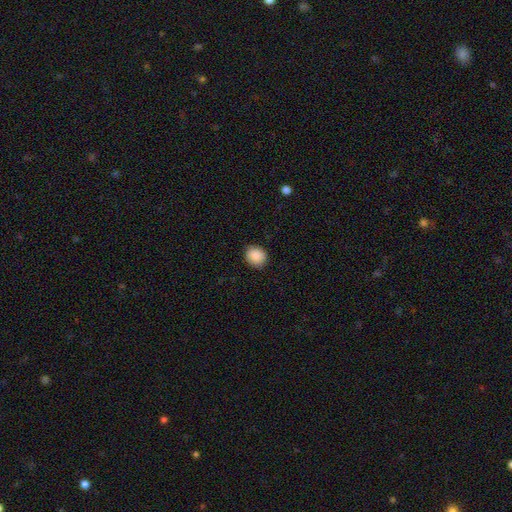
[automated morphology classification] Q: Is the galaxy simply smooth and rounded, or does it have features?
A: smooth — 89%.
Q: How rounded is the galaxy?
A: round — 71%.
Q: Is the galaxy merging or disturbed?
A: none — 88%.